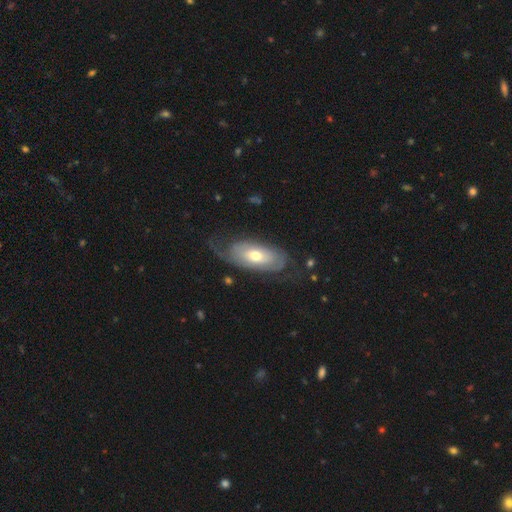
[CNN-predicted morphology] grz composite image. It shows a featured or disk galaxy (65%) with no bar (76%), spiral arms (75%) and a moderate central bulge (64%). Merging: none (58%).